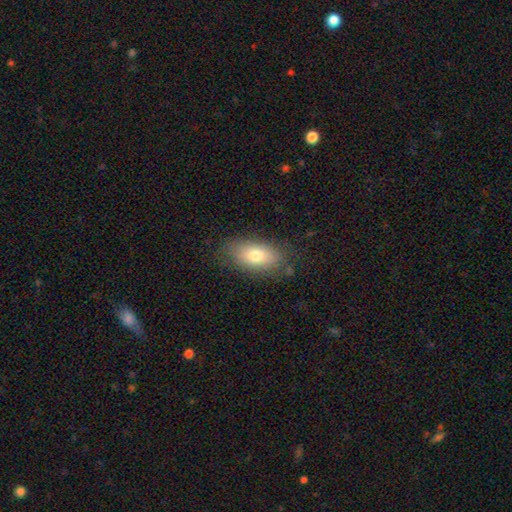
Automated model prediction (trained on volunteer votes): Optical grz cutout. It shows a smooth galaxy with no disk features (77%) that is in between round and cigar-shaped (89%). Merging: none (78%).